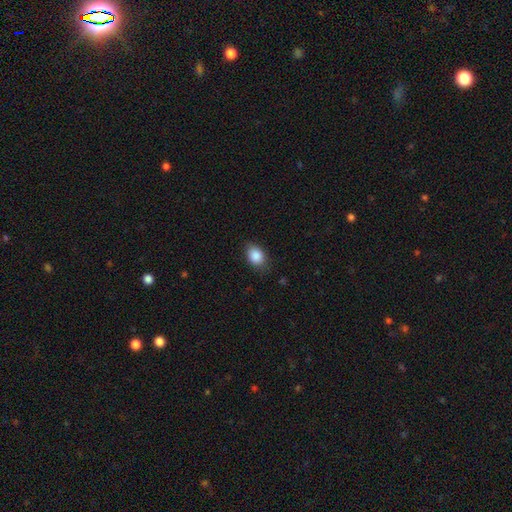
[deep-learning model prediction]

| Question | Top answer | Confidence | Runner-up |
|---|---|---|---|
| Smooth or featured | smooth | 87% | star or artifact (8%) |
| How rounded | in between | 76% | round (23%) |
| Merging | none | 78% | minor disturbance (17%) |